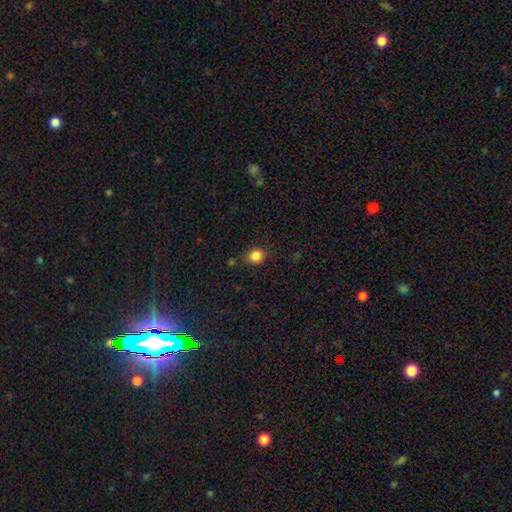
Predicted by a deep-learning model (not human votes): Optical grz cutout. It shows a smooth galaxy with no disk features (85%) that is round (69%). Merging: none (82%).